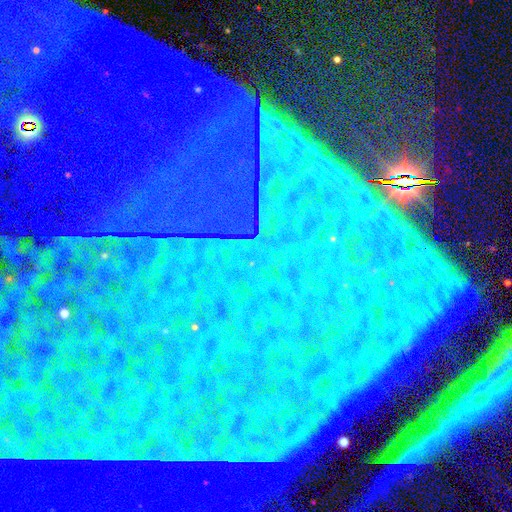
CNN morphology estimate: star or artifact 87%, featured or disk 7%, smooth 7%.